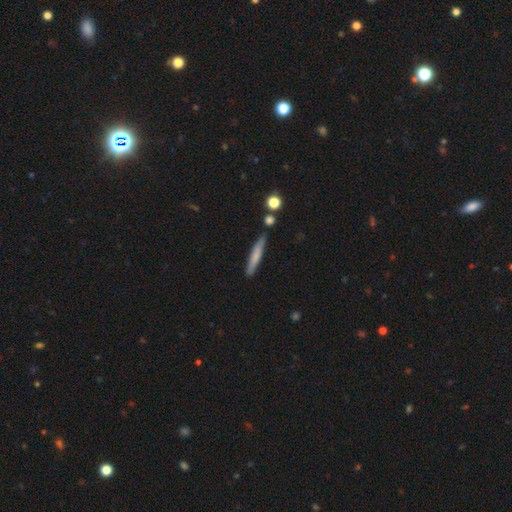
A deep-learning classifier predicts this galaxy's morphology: This appears to be a smooth galaxy with no disk features (67%) that is cigar-shaped (93%). Merging: none (80%).